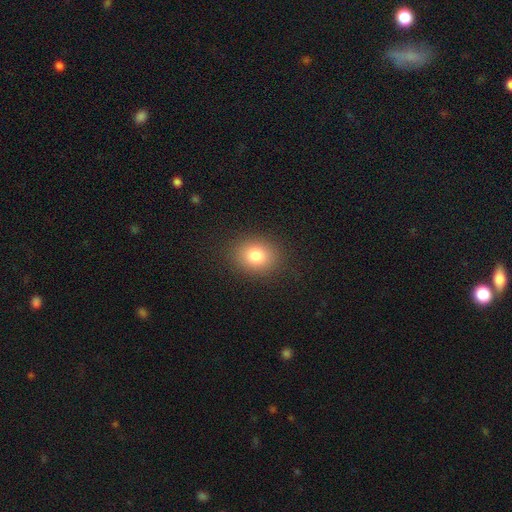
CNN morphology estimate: smooth_or_featured: smooth (p=0.80) [alt: star or artifact p=0.12]
how_rounded: round (p=0.61) [alt: in between p=0.38]
merging: none (p=0.88) [alt: minor disturbance p=0.07]